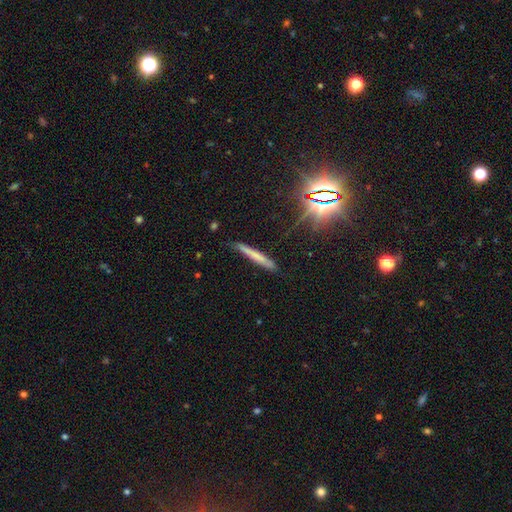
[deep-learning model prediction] Smooth or featured?
  - smooth: 57% *
  - featured or disk: 29%
  - star or artifact: 14%
How rounded?
  - cigar-shaped: 95% *
  - in between: 3%
  - round: 2%
Merging?
  - none: 82% *
  - minor disturbance: 13%
  - major disturbance: 3%
  - merger: 2%